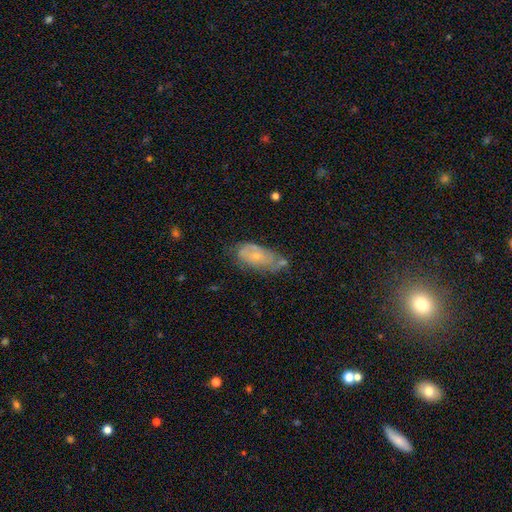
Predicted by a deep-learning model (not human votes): Smooth or featured?
  - featured or disk: 49% *
  - smooth: 43%
  - star or artifact: 8%
Merging?
  - none: 46% *
  - minor disturbance: 32%
  - major disturbance: 12%
  - merger: 10%